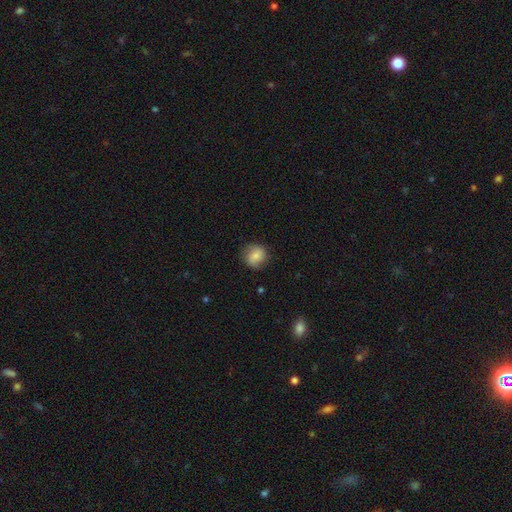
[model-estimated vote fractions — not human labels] Smooth or featured: smooth — 76% (featured or disk — 16%)
How rounded: round — 83% (in between — 16%)
Merging: none — 81% (minor disturbance — 14%)